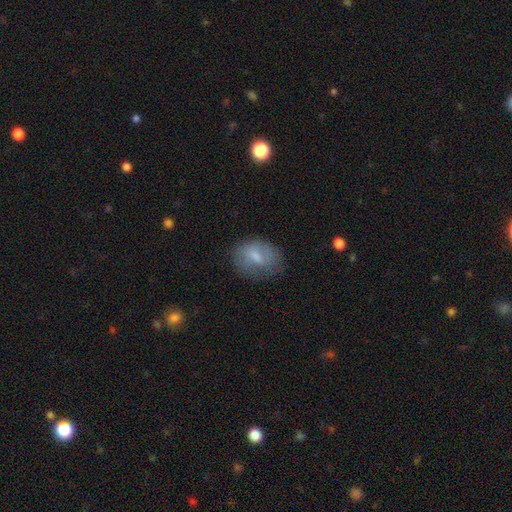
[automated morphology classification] smooth_or_featured: smooth (p=0.61) [alt: featured or disk p=0.30]
how_rounded: in between (p=0.70) [alt: round p=0.28]
merging: none (p=0.64) [alt: minor disturbance p=0.24]